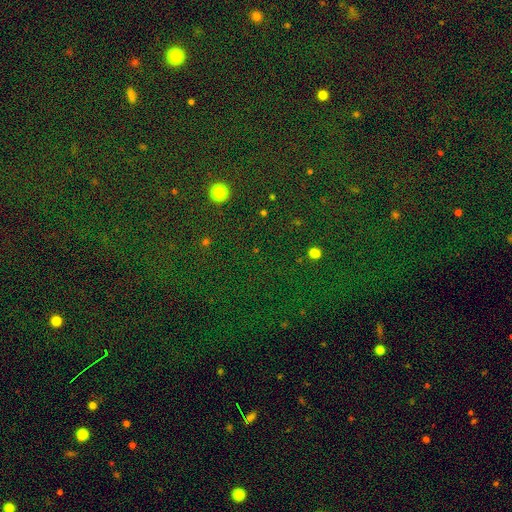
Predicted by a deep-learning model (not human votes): The model was most divided on "smooth or featured": star or artifact: 81%, smooth: 12%, featured or disk: 8%.